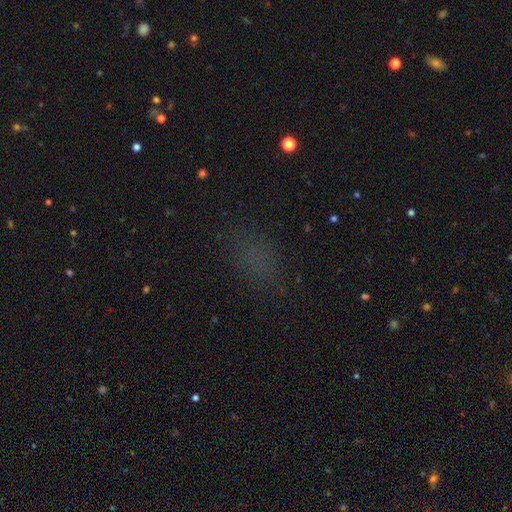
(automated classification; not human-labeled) Overall: smooth (52%; star or artifact 37%). How rounded: in between (74%). Merging: none (77%).